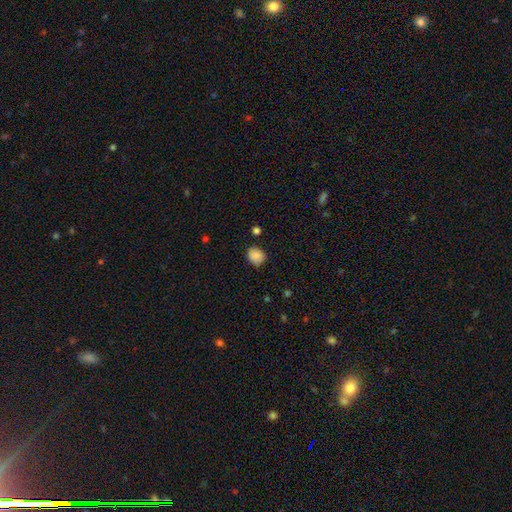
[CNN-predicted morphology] Smooth or featured?
  - smooth: 86% *
  - star or artifact: 9%
  - featured or disk: 5%
How rounded?
  - round: 66% *
  - in between: 33%
  - cigar-shaped: 1%
Merging?
  - none: 77% *
  - minor disturbance: 17%
  - major disturbance: 3%
  - merger: 2%